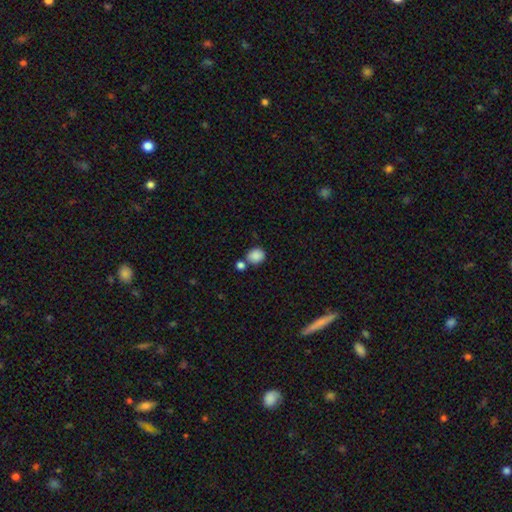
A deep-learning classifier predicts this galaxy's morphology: type=smooth (87%); roundness=round (75%); merging=none (62%).